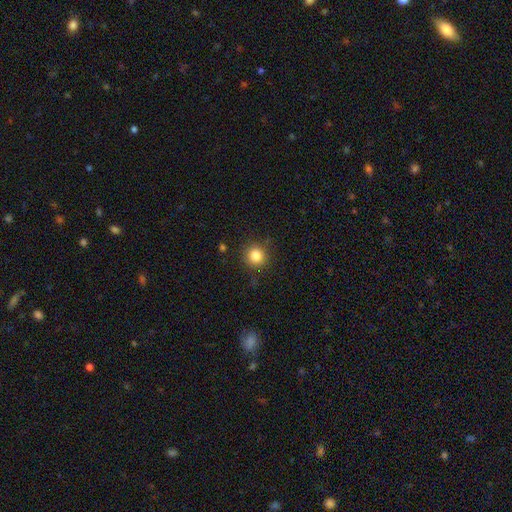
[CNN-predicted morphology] Smooth or featured? smooth (84%)
How rounded? round (93%)
Merging? none (89%)